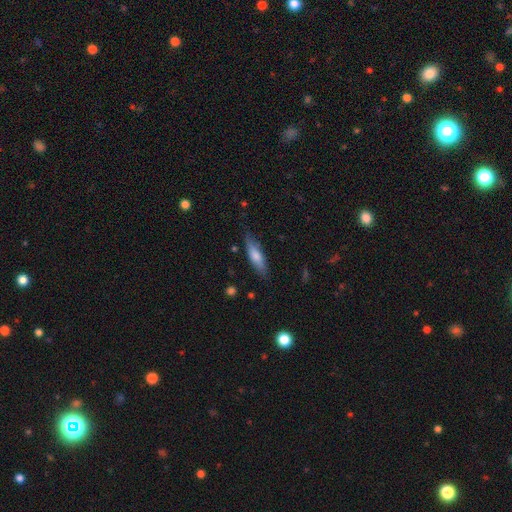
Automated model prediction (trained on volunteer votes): A smooth galaxy with no disk features (70%) that is cigar-shaped (61%).

Vote fractions:
- Smooth or featured? smooth: 70% / featured or disk: 24% / star or artifact: 6%
- How rounded? cigar-shaped: 61% / in between: 37% / round: 2%
- Merging? none: 78% / minor disturbance: 17% / major disturbance: 3% / merger: 2%